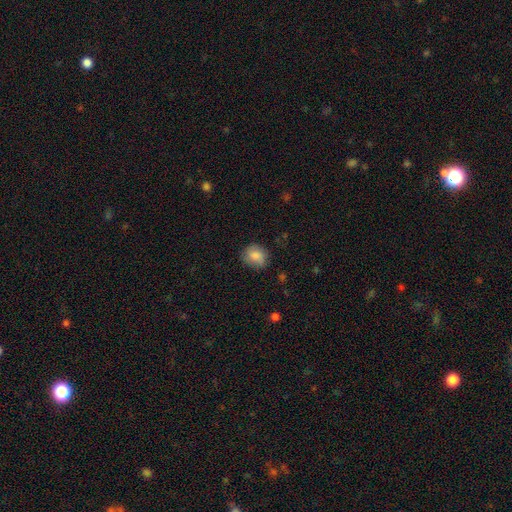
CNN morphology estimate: Smooth or featured: smooth — 81% (featured or disk — 11%)
How rounded: round — 71% (in between — 28%)
Merging: none — 76% (minor disturbance — 18%)